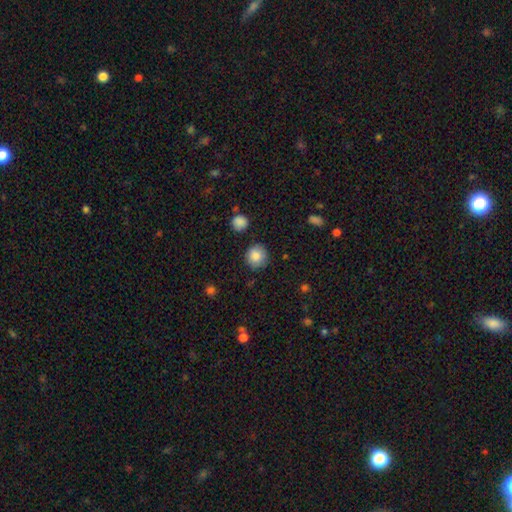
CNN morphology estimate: smooth-or-featured: smooth: 85% | star or artifact: 9% | featured or disk: 7%
  how-rounded: round: 90% | in between: 9% | cigar-shaped: 1%
  merging: none: 85% | minor disturbance: 11% | major disturbance: 3% | merger: 2%